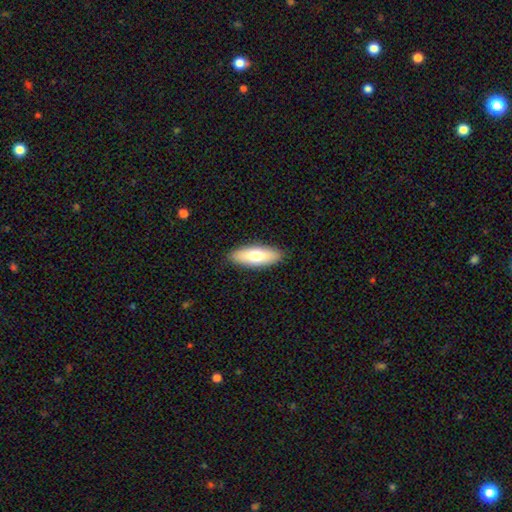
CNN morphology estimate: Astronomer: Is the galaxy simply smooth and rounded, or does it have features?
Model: smooth — 71%.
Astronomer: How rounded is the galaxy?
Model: in between — 65%.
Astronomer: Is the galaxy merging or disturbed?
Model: none — 89%.